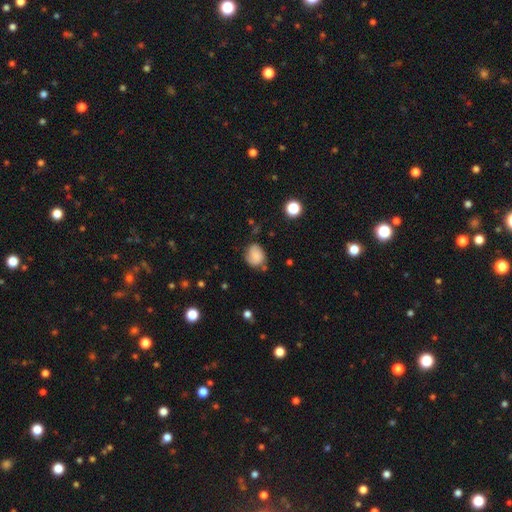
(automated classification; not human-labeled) Smooth or featured? Predicted: smooth (p=0.61). How rounded? Predicted: round (p=0.57). Merging? Predicted: none (p=0.60).